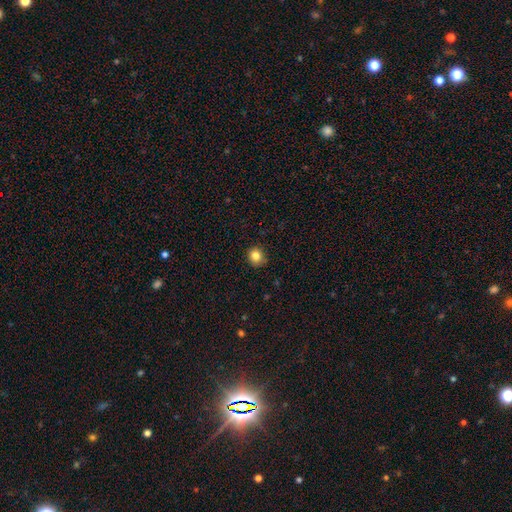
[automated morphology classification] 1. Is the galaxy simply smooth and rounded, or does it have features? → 84% smooth, 11% star or artifact, 5% featured or disk.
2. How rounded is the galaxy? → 82% round, 17% in between, 1% cigar-shaped.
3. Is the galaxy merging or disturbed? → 86% none, 11% minor disturbance, 2% major disturbance, 1% merger.